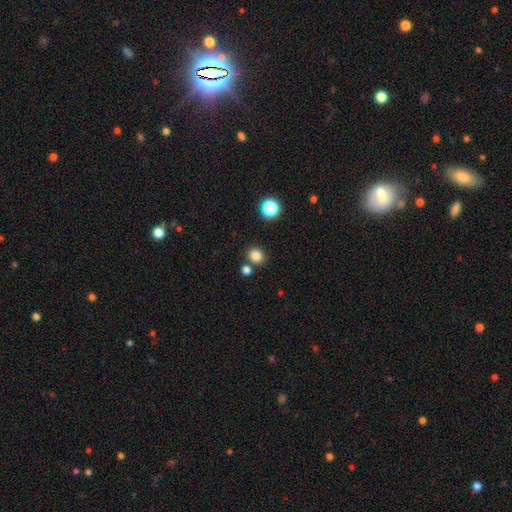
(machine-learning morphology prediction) Smooth or featured?
  - smooth: 82% *
  - star or artifact: 13%
  - featured or disk: 5%
How rounded?
  - round: 75% *
  - in between: 24%
  - cigar-shaped: 1%
Merging?
  - none: 78% *
  - merger: 11%
  - minor disturbance: 8%
  - major disturbance: 3%